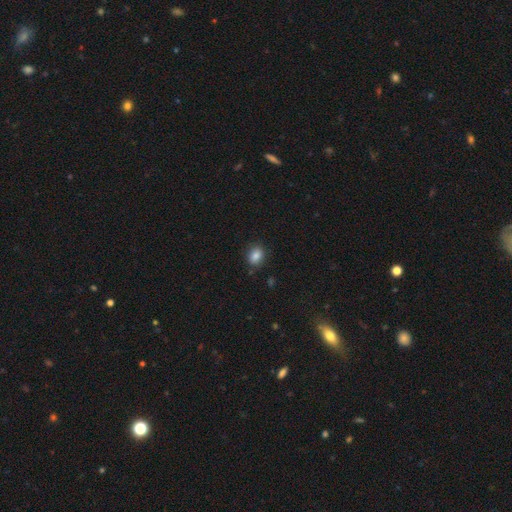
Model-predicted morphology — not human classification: Smooth or featured? Predicted: smooth (p=0.86). How rounded? Predicted: in between (p=0.66). Merging? Predicted: none (p=0.85).